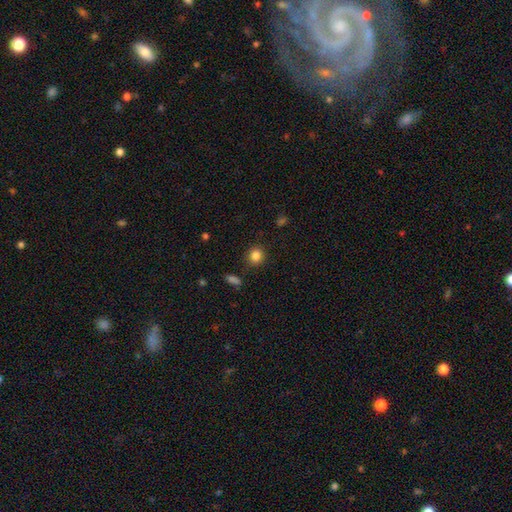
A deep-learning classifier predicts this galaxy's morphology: Smooth or featured? smooth (84%)
How rounded? round (84%)
Merging? none (88%)